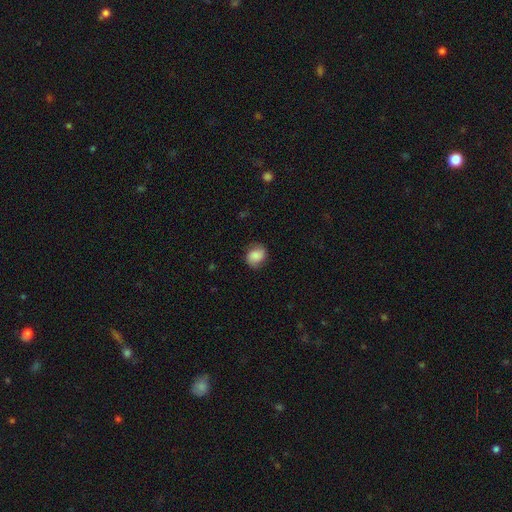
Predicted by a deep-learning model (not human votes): A smooth galaxy with no disk features (75%) that is round (60%).

Vote fractions:
- Smooth or featured? smooth: 75% / featured or disk: 17% / star or artifact: 9%
- How rounded? round: 60% / in between: 39% / cigar-shaped: 1%
- Merging? none: 76% / minor disturbance: 18% / major disturbance: 5% / merger: 1%